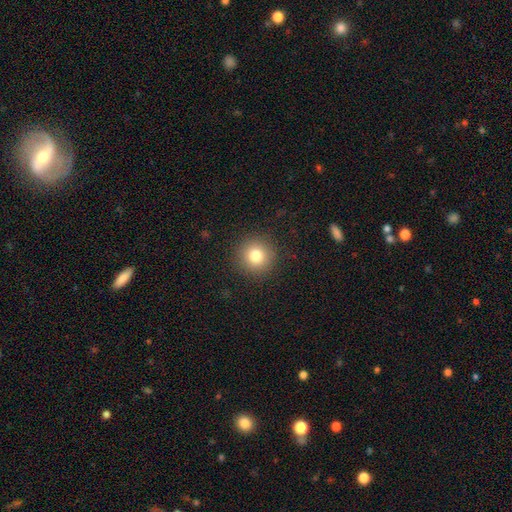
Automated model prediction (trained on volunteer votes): Overall: smooth (80%). How rounded: round (94%). Merging: none (90%).